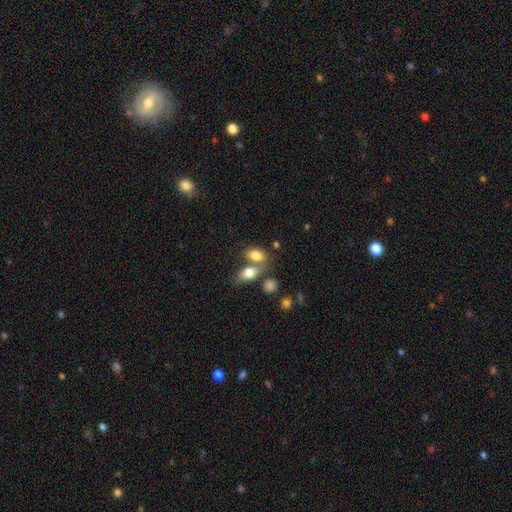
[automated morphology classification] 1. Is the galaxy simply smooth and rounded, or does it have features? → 80% smooth, 12% featured or disk, 8% star or artifact.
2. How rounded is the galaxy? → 87% in between, 10% round, 3% cigar-shaped.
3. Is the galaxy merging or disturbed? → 44% merger, 40% none, 11% minor disturbance, 5% major disturbance.